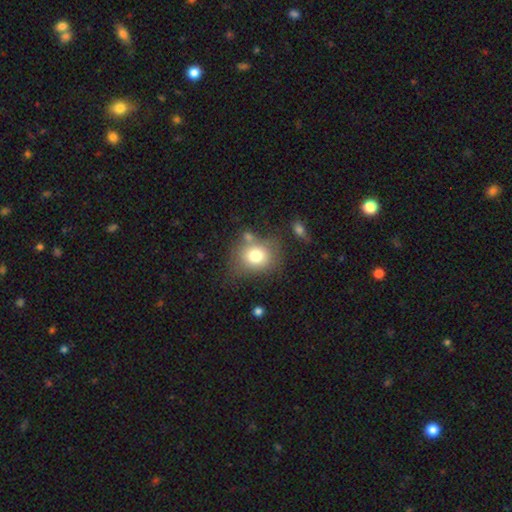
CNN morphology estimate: type=smooth (77%); roundness=round (66%); merging=none (60%).